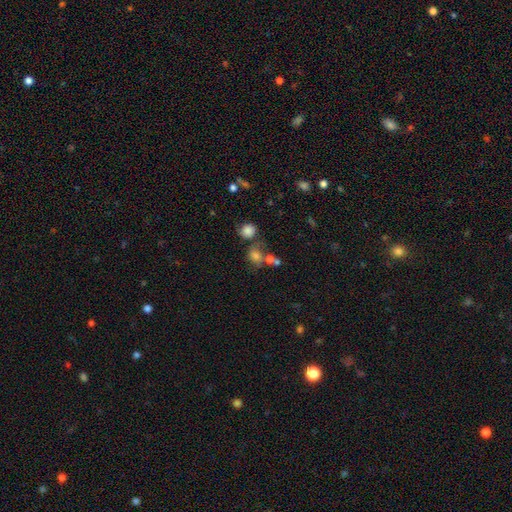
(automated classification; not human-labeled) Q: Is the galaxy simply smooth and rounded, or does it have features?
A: smooth — 72%.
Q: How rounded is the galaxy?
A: round — 59%.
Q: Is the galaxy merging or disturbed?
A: none — 42%.